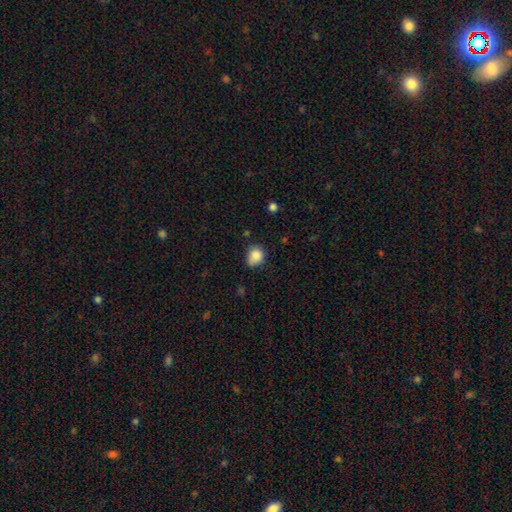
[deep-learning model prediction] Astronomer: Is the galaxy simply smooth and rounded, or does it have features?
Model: smooth — 85%.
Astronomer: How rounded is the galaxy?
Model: round — 59% (runner-up: in between, 40%).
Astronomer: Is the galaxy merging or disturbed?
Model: none — 58%.